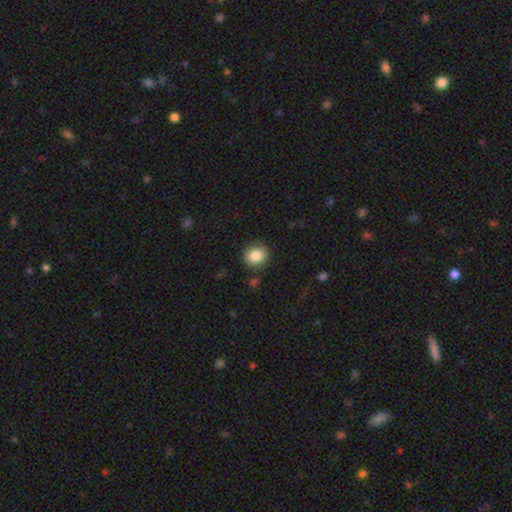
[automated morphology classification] Smooth or featured?
  - smooth: 85% *
  - star or artifact: 9%
  - featured or disk: 6%
How rounded?
  - round: 73% *
  - in between: 26%
  - cigar-shaped: 1%
Merging?
  - none: 85% *
  - minor disturbance: 10%
  - major disturbance: 3%
  - merger: 2%